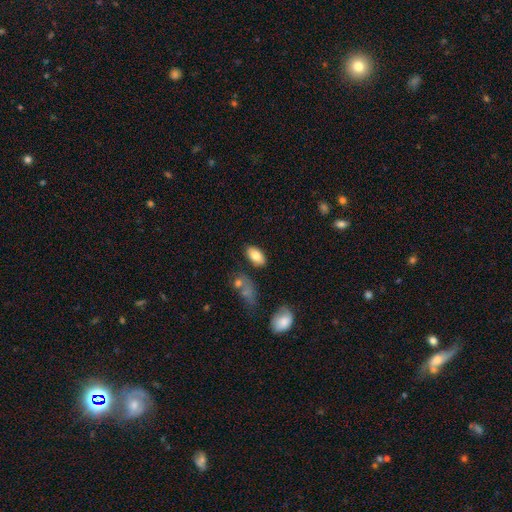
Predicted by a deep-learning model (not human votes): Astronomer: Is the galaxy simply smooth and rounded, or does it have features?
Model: smooth — 80%.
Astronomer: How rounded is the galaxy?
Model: in between — 93%.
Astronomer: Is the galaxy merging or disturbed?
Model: none — 82%.